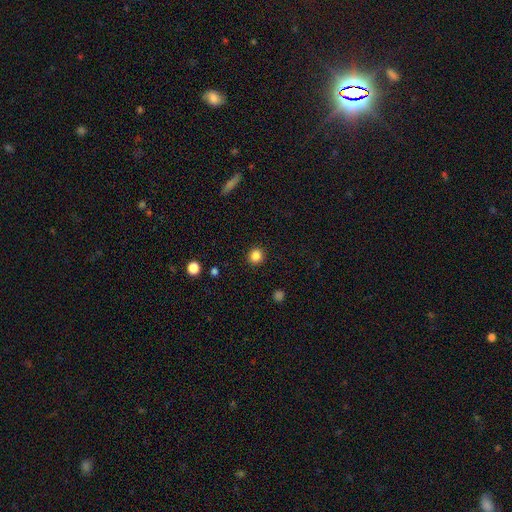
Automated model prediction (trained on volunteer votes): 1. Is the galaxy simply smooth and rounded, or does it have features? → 85% smooth, 11% star or artifact, 4% featured or disk.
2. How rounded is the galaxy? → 90% round, 9% in between, 1% cigar-shaped.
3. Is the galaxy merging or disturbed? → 92% none, 5% minor disturbance, 2% major disturbance, 1% merger.